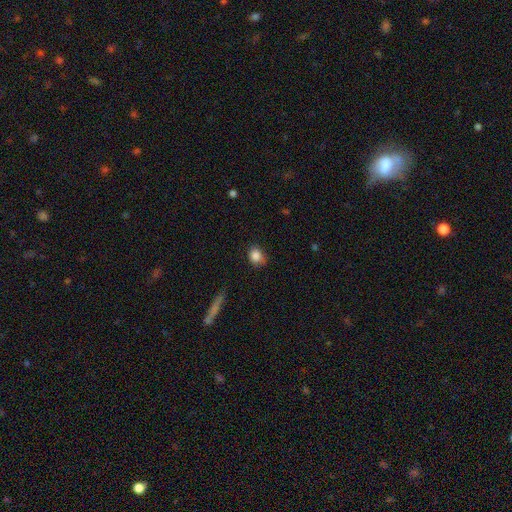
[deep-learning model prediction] This is clearly a smooth galaxy (86%). How rounded: likely round (61%). Merging: likely none (72%).